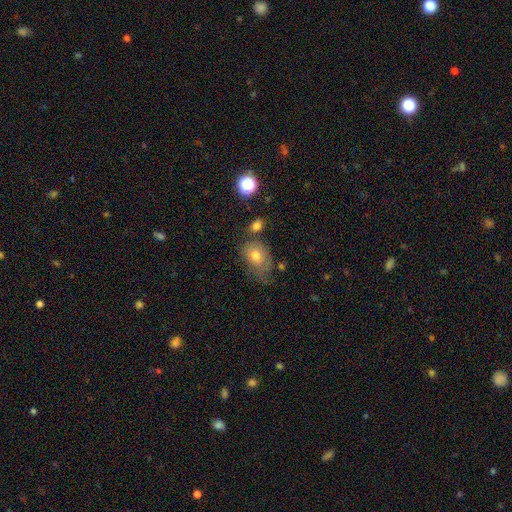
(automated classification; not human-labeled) This appears to be a smooth galaxy with no disk features (71%) that is in between round and cigar-shaped (73%). Merging: none (44%).